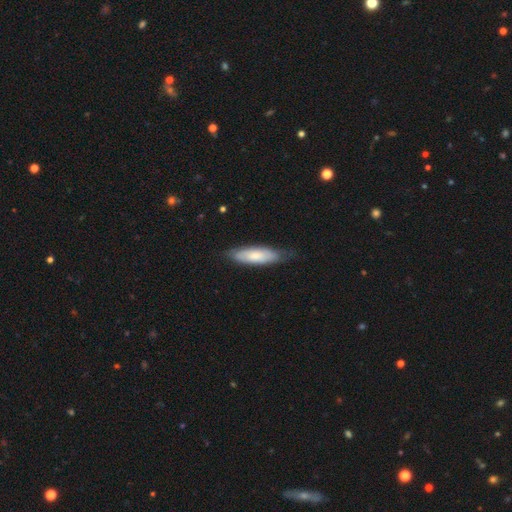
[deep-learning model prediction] Smooth or featured?
  - smooth: 68% *
  - featured or disk: 27%
  - star or artifact: 5%
How rounded?
  - cigar-shaped: 52% *
  - in between: 47%
  - round: 2%
Merging?
  - none: 71% *
  - minor disturbance: 24%
  - major disturbance: 4%
  - merger: 1%